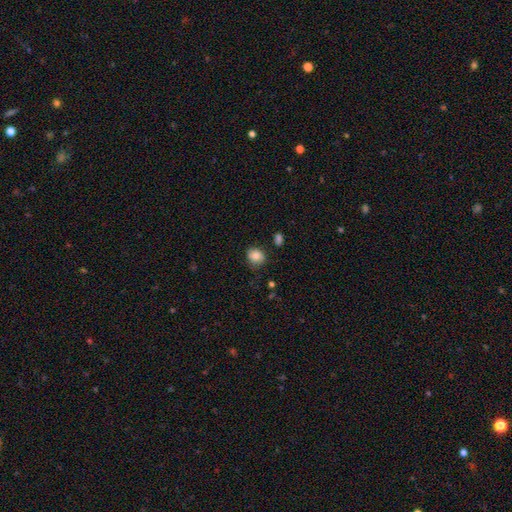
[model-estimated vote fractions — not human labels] Smooth or featured?
  - smooth: 79% *
  - featured or disk: 12%
  - star or artifact: 9%
How rounded?
  - round: 66% *
  - in between: 33%
  - cigar-shaped: 1%
Merging?
  - none: 71% *
  - minor disturbance: 21%
  - major disturbance: 5%
  - merger: 2%